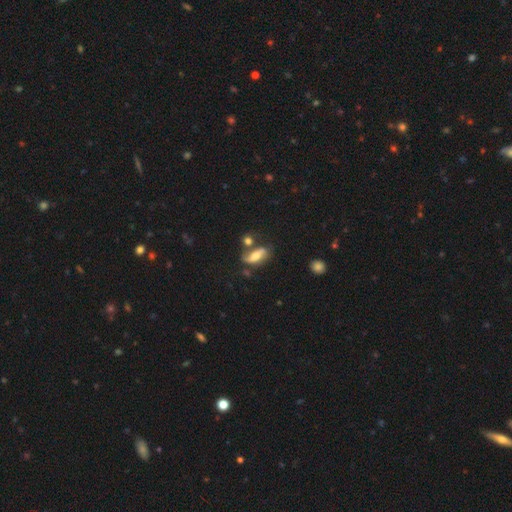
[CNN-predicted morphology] Smooth or featured?
  - featured or disk: 50% *
  - smooth: 41%
  - star or artifact: 9%
Edge-on disk?
  - no: 83% *
  - yes: 17%
Merging?
  - none: 49% *
  - minor disturbance: 21%
  - merger: 19%
  - major disturbance: 11%